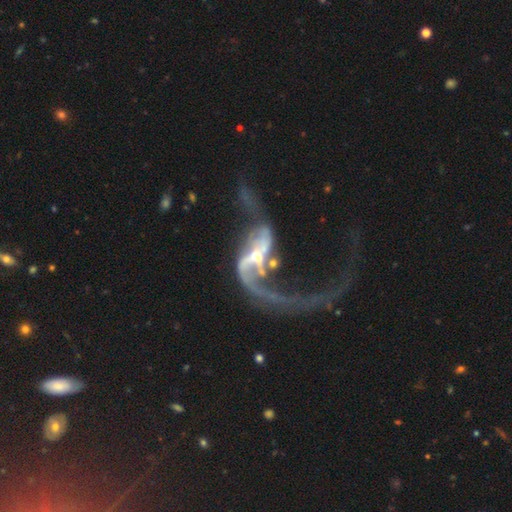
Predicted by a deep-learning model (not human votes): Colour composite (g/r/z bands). It shows a featured or disk galaxy (84%) with no bar (42%), 2 (46%) loose (85%) spiral arms (80%) and a moderate central bulge (49%). Merging: major disturbance (42%).